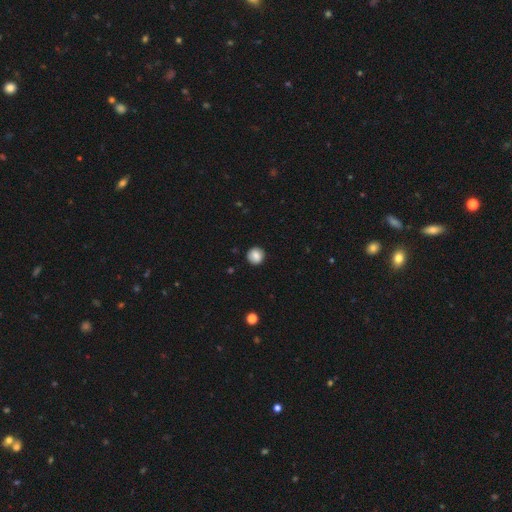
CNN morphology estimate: A smooth galaxy with no disk features (83%) that is round (91%). Merging: none (90%).